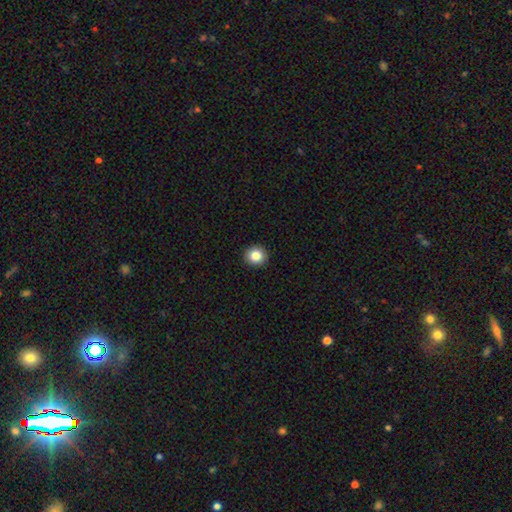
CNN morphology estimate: smooth 85%, star or artifact 10%, featured or disk 6%. Down the decision tree: how rounded — round (90%); merging — none (93%).